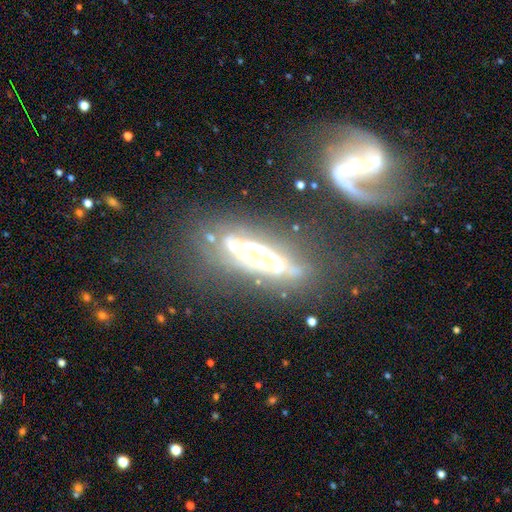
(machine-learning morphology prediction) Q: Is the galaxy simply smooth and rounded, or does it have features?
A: featured or disk — 77%.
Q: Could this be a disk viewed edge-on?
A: no — 57%.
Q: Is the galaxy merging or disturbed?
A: none — 56%.